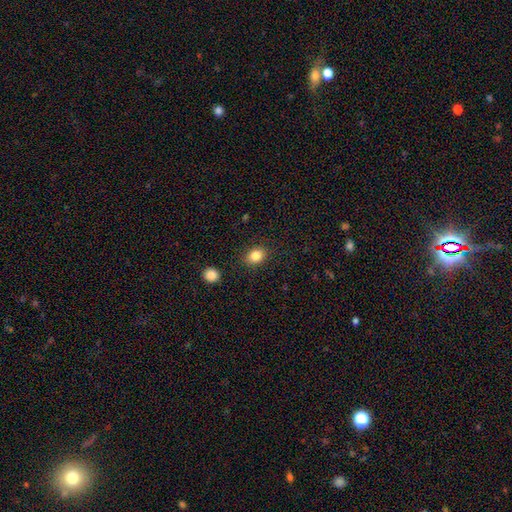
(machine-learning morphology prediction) Smooth or featured?
  - smooth: 84% *
  - star or artifact: 10%
  - featured or disk: 6%
How rounded?
  - in between: 55% *
  - round: 45%
  - cigar-shaped: 1%
Merging?
  - none: 86% *
  - minor disturbance: 9%
  - major disturbance: 3%
  - merger: 2%